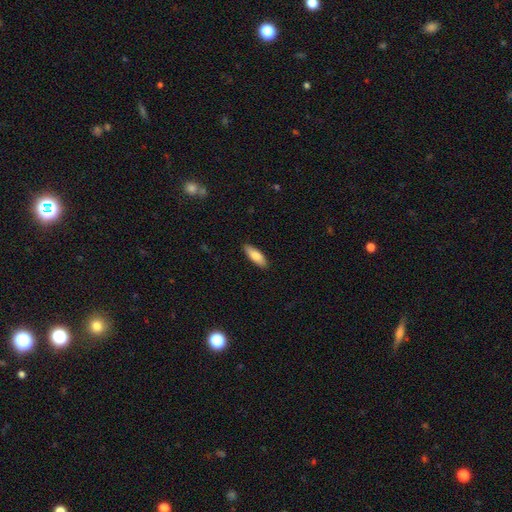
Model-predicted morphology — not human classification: Smooth or featured? Predicted: smooth (p=0.82). How rounded? Predicted: in between (p=0.60). Merging? Predicted: none (p=0.88).